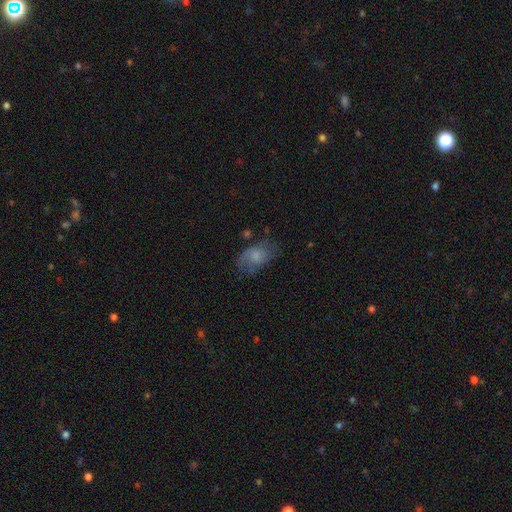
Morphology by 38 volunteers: Smooth or featured: smooth — 53% (featured or disk — 37%)
How rounded: in between — 85% (round — 15%)
Merging: none — 53% (major disturbance — 26%)